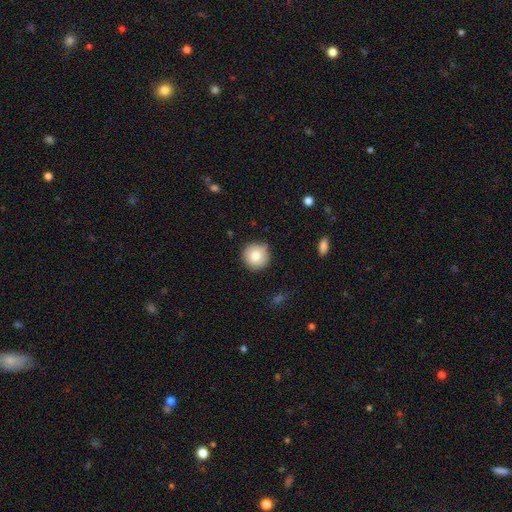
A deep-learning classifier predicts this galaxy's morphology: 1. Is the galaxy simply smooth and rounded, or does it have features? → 82% smooth, 9% featured or disk, 9% star or artifact.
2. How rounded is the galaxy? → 95% round, 4% in between, 1% cigar-shaped.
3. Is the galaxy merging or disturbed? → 81% none, 14% minor disturbance, 2% major disturbance, 2% merger.